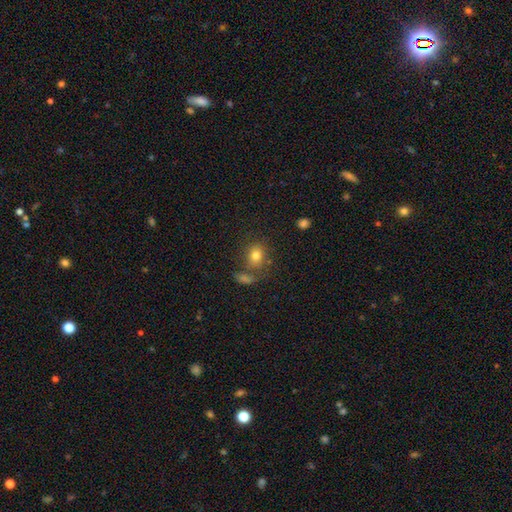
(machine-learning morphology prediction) Smooth or featured?
  - smooth: 78% *
  - star or artifact: 11%
  - featured or disk: 10%
How rounded?
  - round: 64% *
  - in between: 35%
  - cigar-shaped: 1%
Merging?
  - none: 63% *
  - merger: 17%
  - minor disturbance: 14%
  - major disturbance: 6%